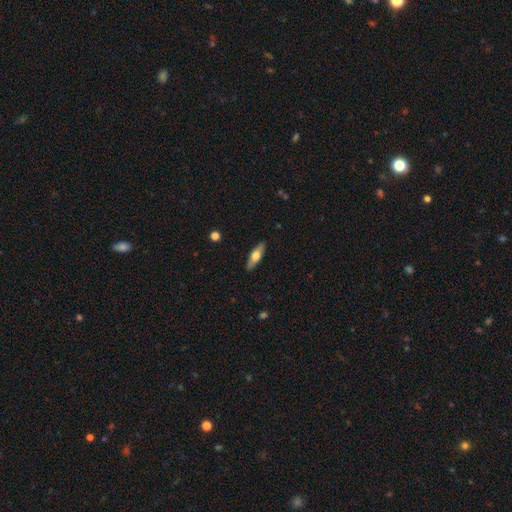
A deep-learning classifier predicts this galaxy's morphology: This is possibly a smooth galaxy (55%). How rounded: possibly in between (50%). Merging: clearly none (88%).